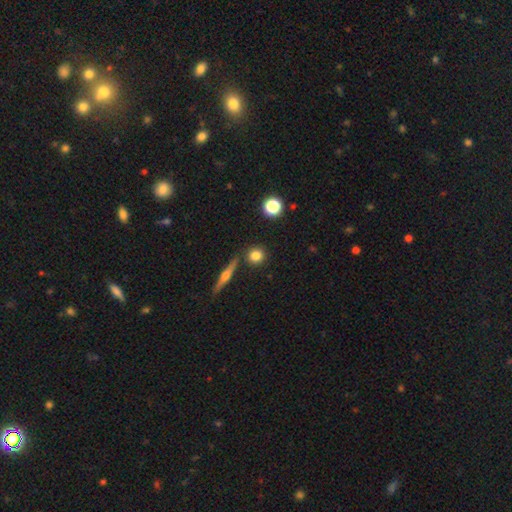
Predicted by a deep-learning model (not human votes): smooth 80%, star or artifact 10%, featured or disk 10%. Down the decision tree: how rounded — round (89%); merging — none (84%).